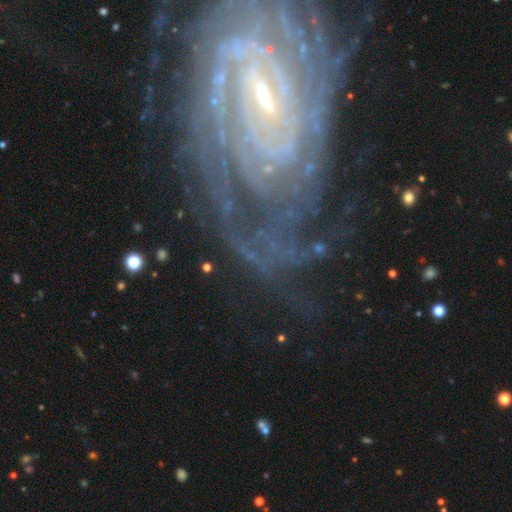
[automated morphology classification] A featured or disk galaxy (79%) with no bar (36%), tight (70%) spiral arms (89%) and a small central bulge (62%).

Vote fractions:
- Smooth or featured? featured or disk: 79% / star or artifact: 13% / smooth: 9%
- Edge-on disk? no: 94% / yes: 6%
- Bar? no: 36% / weak: 35% / strong: 29%
- Spiral arms? yes: 89% / no: 11%
- Spiral winding? tight: 70% / medium: 22% / loose: 7%
- Spiral arm count? can't tell: 39% / 2: 17% / 3: 12% / 4: 11% / more than 4: 11% / 1: 9%
- Bulge size? small: 62% / moderate: 24% / none: 7% / large: 5% / dominant: 2%
- Merging? none: 66% / minor disturbance: 16% / major disturbance: 15% / merger: 3%